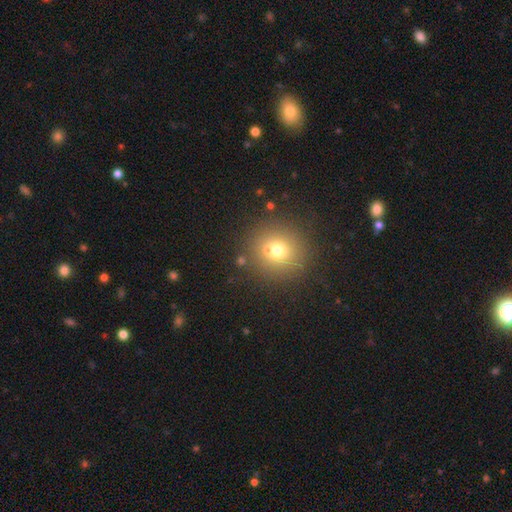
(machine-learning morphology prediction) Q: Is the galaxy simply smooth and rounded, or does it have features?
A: smooth — 66%.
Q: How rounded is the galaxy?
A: round — 86%.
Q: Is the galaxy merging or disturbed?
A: none — 87%.